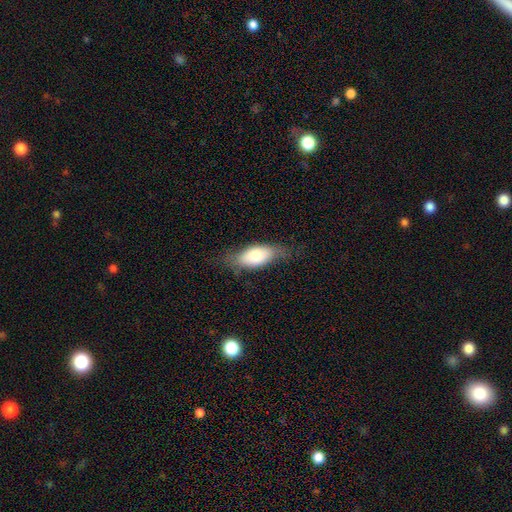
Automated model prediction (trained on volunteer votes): A smooth galaxy with no disk features (70%) that is in between round and cigar-shaped (86%).

Vote fractions:
- Smooth or featured? smooth: 70% / featured or disk: 23% / star or artifact: 7%
- How rounded? in between: 86% / cigar-shaped: 10% / round: 4%
- Merging? none: 65% / minor disturbance: 24% / major disturbance: 9% / merger: 1%